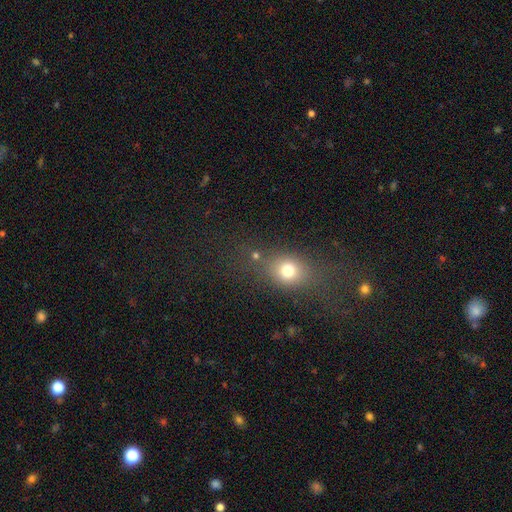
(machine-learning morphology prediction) smooth-or-featured: smooth: 58% | star or artifact: 27% | featured or disk: 15%
  how-rounded: round: 52% | in between: 37% | cigar-shaped: 11%
  merging: none: 67% | minor disturbance: 16% | major disturbance: 11% | merger: 6%